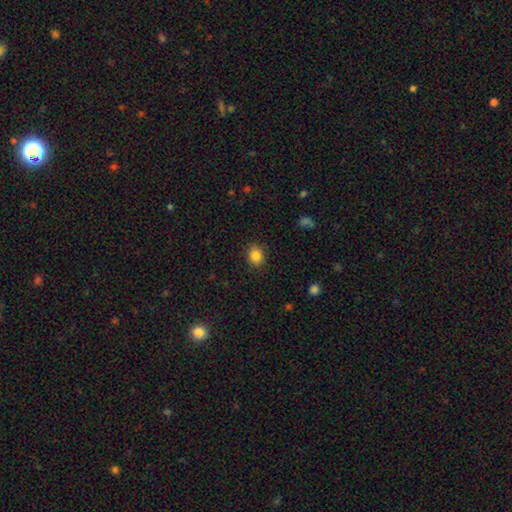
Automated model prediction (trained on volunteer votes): This is clearly a smooth galaxy (86%). How rounded: possibly round (53%). Merging: clearly none (88%).